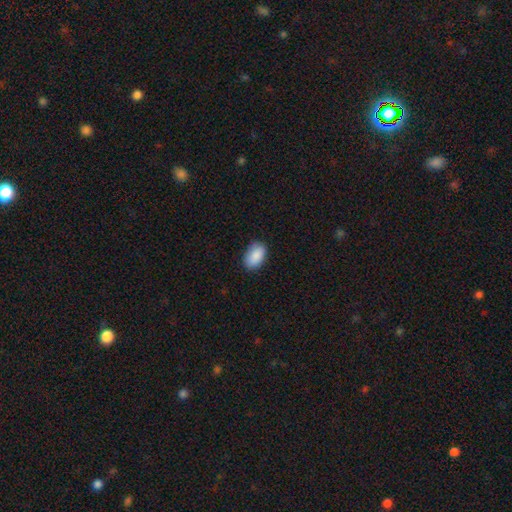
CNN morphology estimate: A smooth galaxy with no disk features (89%) that is in between round and cigar-shaped (92%).

Vote fractions:
- Smooth or featured? smooth: 89% / star or artifact: 7% / featured or disk: 4%
- How rounded? in between: 92% / round: 7% / cigar-shaped: 1%
- Merging? none: 83% / minor disturbance: 14% / major disturbance: 2% / merger: 1%